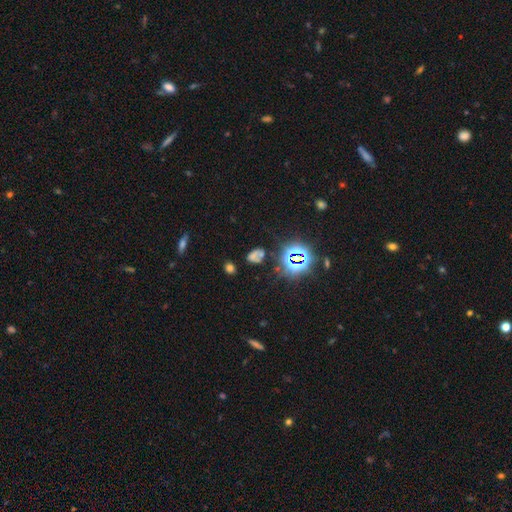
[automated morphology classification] smooth_or_featured: smooth (p=0.41) [tied with: star or artifact p=0.41]
merging: none (p=0.46) [alt: minor disturbance p=0.21]